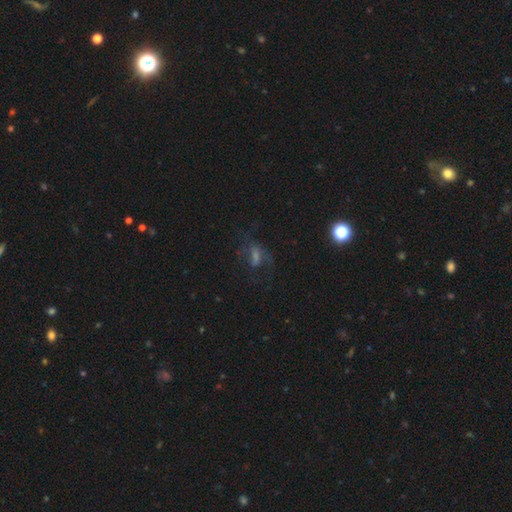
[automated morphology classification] featured or disk 39%, smooth 31%, star or artifact 30%. Down the decision tree: merging — none (54%).